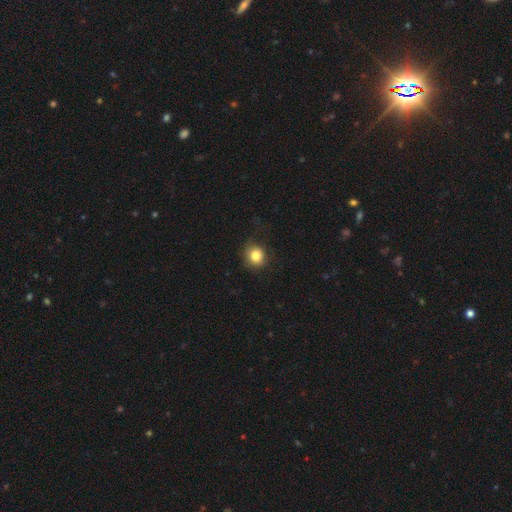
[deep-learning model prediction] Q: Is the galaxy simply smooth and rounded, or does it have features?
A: smooth — 83%.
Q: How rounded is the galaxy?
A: round — 87%.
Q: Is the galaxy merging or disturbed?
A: none — 80%.